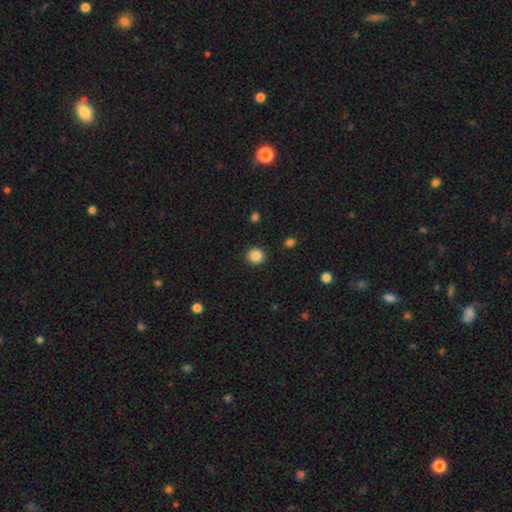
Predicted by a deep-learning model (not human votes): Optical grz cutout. It shows a smooth galaxy with no disk features (87%) that is round (91%). Merging: none (92%).